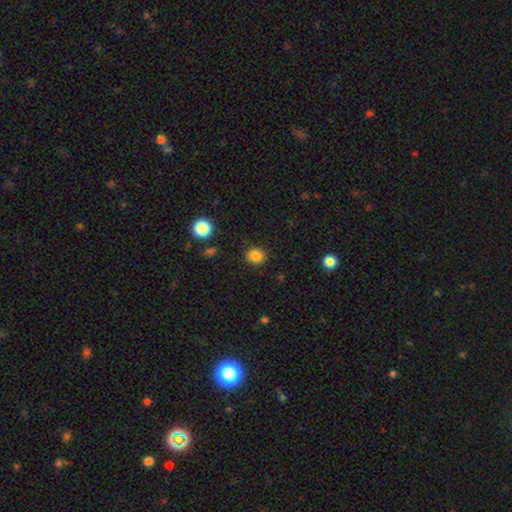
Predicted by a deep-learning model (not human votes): Smooth or featured?
  - smooth: 85% *
  - star or artifact: 11%
  - featured or disk: 4%
How rounded?
  - round: 73% *
  - in between: 26%
  - cigar-shaped: 1%
Merging?
  - none: 89% *
  - minor disturbance: 7%
  - major disturbance: 3%
  - merger: 1%